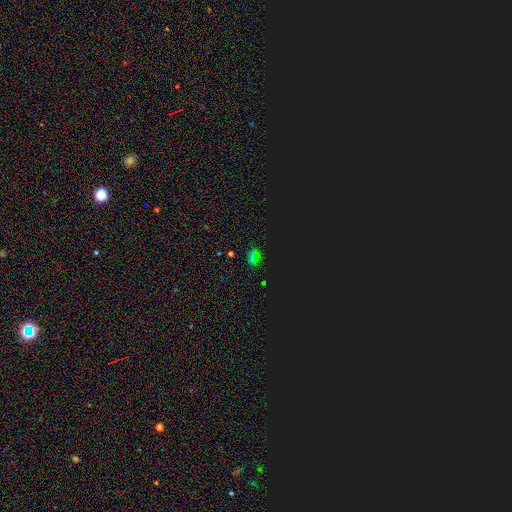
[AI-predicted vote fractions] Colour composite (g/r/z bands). It shows a star or artifact, not a galaxy (61%).